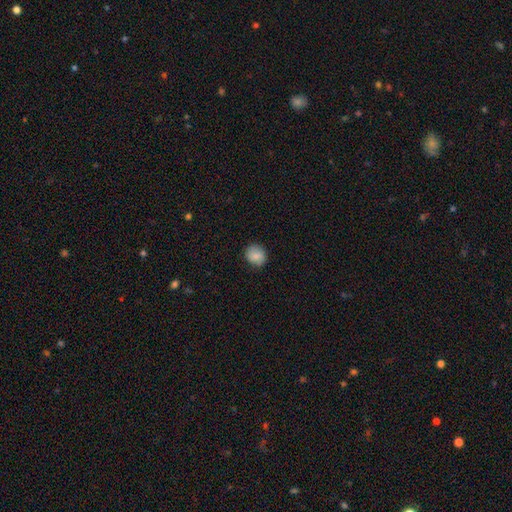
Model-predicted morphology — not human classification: Smooth or featured?
  - smooth: 84% *
  - featured or disk: 8%
  - star or artifact: 8%
How rounded?
  - round: 78% *
  - in between: 21%
  - cigar-shaped: 1%
Merging?
  - none: 85% *
  - minor disturbance: 12%
  - major disturbance: 3%
  - merger: 1%